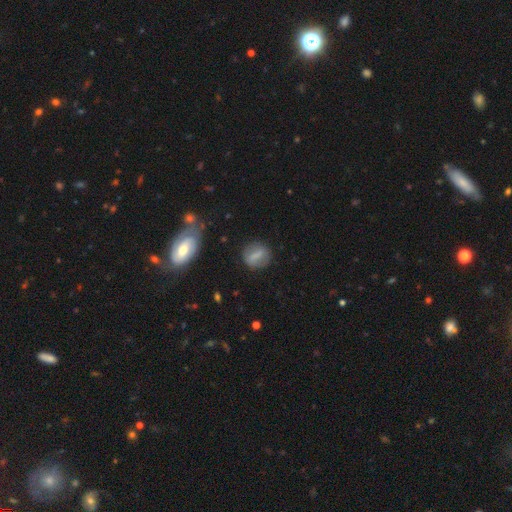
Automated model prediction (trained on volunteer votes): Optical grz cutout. It shows a smooth galaxy with no disk features (63%) that is round (51%). Merging: none (78%).